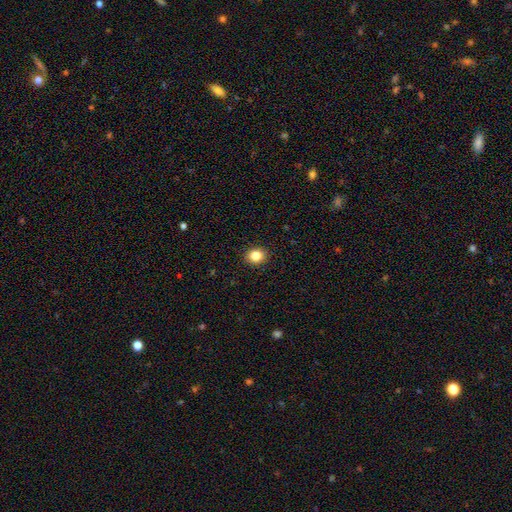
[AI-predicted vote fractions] Smooth or featured? smooth (84%)
How rounded? round (67%)
Merging? none (92%)